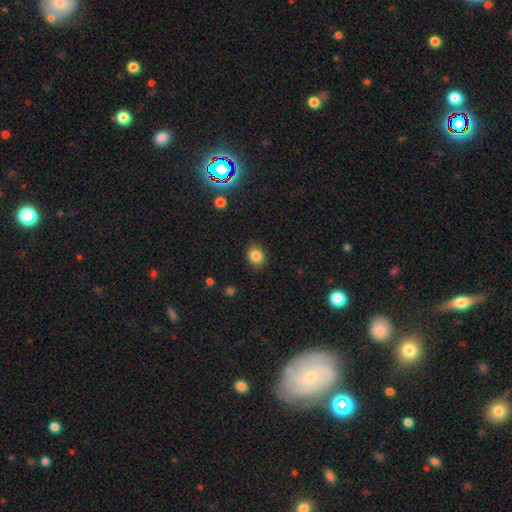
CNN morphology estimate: The model was most divided on "how rounded": round: 57%, in between: 42%, cigar-shaped: 1%. More confident: merging — none (88%); smooth or featured — smooth (84%).